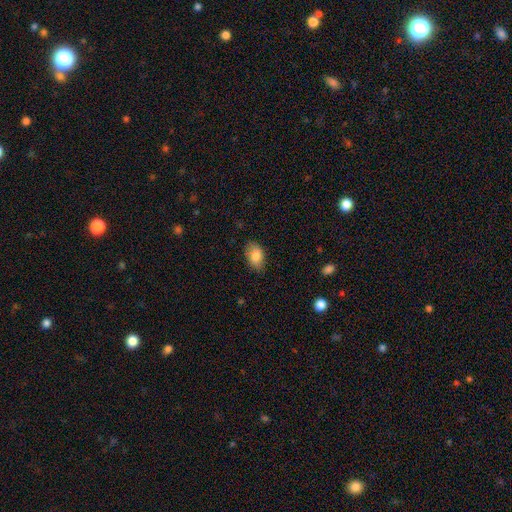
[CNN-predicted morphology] A smooth galaxy with no disk features (84%) that is in between round and cigar-shaped (91%).

Vote fractions:
- Smooth or featured? smooth: 84% / featured or disk: 9% / star or artifact: 7%
- How rounded? in between: 91% / round: 8% / cigar-shaped: 2%
- Merging? none: 79% / minor disturbance: 17% / major disturbance: 3% / merger: 1%